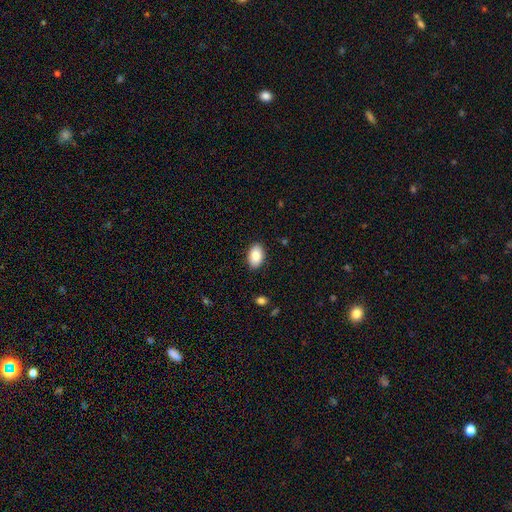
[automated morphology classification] Q: Smooth or featured?
A: smooth (87%); runner-up: star or artifact (7%)
Q: How rounded?
A: in between (92%); runner-up: round (7%)
Q: Merging?
A: none (88%); runner-up: minor disturbance (9%)